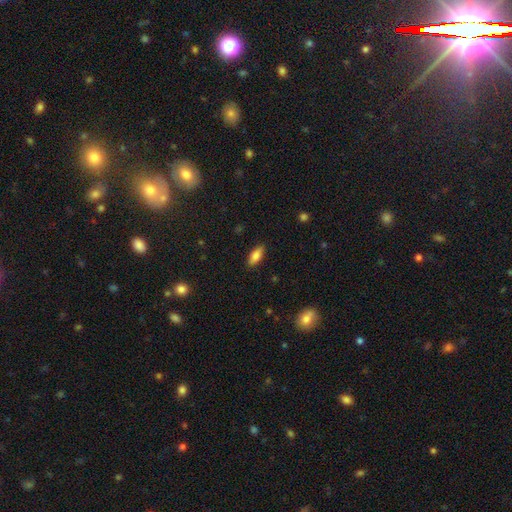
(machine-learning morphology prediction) Overall: smooth (83%). How rounded: in between (82%). Merging: none (88%).